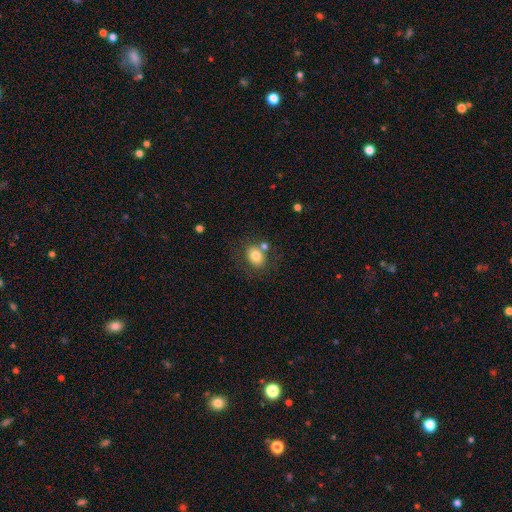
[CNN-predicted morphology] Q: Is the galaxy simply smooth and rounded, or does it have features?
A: smooth — 78%.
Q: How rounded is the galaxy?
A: round — 50%.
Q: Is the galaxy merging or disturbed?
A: none — 65%.